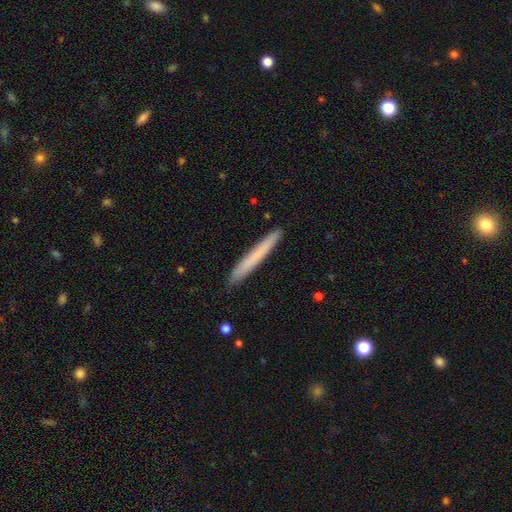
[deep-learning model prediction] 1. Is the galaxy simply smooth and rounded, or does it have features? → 70% smooth, 25% featured or disk, 6% star or artifact.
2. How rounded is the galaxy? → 97% cigar-shaped, 2% in between, 1% round.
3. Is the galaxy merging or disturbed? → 91% none, 7% minor disturbance, 1% major disturbance, 1% merger.